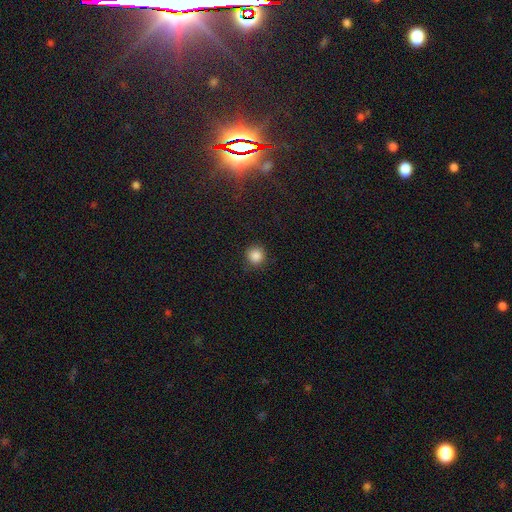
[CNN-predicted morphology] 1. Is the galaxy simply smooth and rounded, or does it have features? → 85% smooth, 11% star or artifact, 4% featured or disk.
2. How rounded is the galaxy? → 94% round, 5% in between, 1% cigar-shaped.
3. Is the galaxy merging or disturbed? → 85% none, 11% minor disturbance, 3% major disturbance, 1% merger.